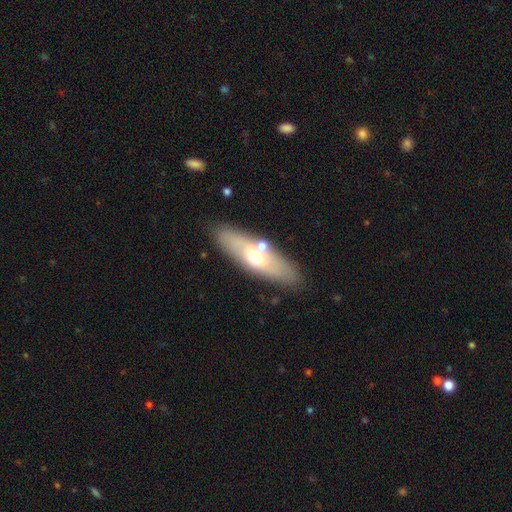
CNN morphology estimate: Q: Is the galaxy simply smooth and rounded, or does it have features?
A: smooth — 53%.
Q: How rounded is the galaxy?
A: in between — 61%.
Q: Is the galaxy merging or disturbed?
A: none — 76%.